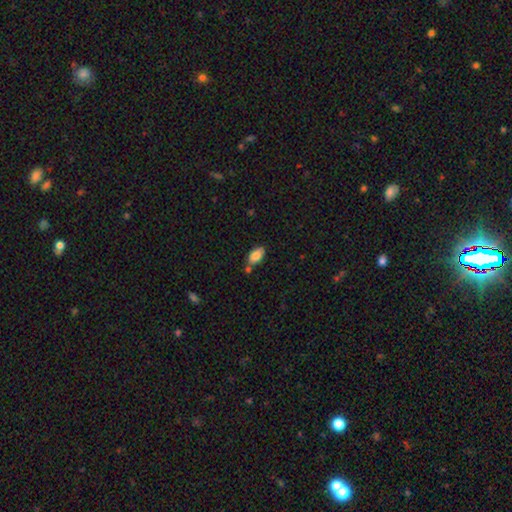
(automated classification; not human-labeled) This is clearly a smooth galaxy (80%). How rounded: clearly in between (92%). Merging: likely none (67%).